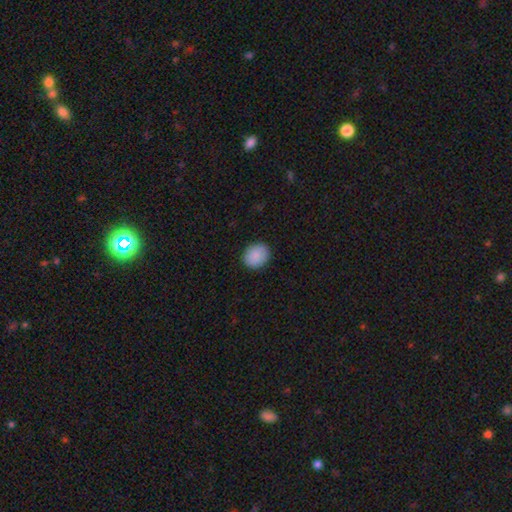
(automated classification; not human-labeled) Smooth or featured: smooth — 88% (star or artifact — 7%)
How rounded: round — 65% (in between — 34%)
Merging: none — 88% (minor disturbance — 9%)